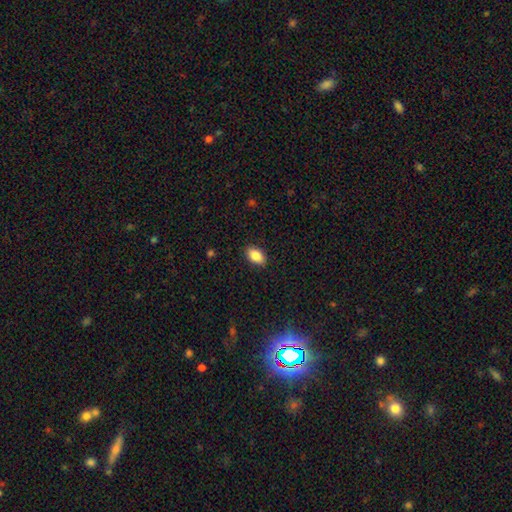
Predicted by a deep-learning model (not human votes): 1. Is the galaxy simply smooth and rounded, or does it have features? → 87% smooth, 8% star or artifact, 5% featured or disk.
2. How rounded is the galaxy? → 91% in between, 7% round, 2% cigar-shaped.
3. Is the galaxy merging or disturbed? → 88% none, 9% minor disturbance, 2% major disturbance, 1% merger.